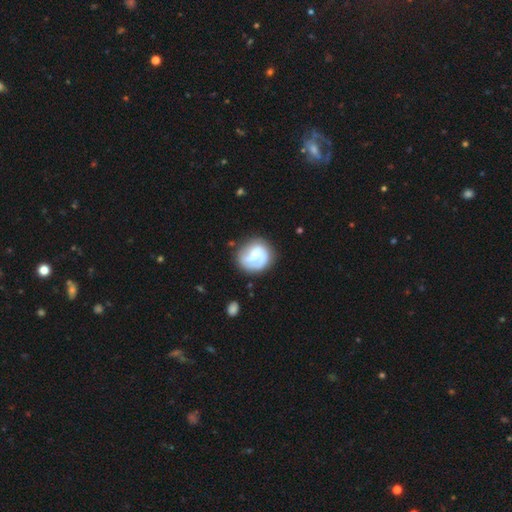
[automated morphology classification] Smooth or featured? featured or disk (60%)
Edge-on disk? no (98%)
Bar? no (44%)
Spiral arms? yes (79%)
Bulge size? small (41%)
Merging? none (65%)